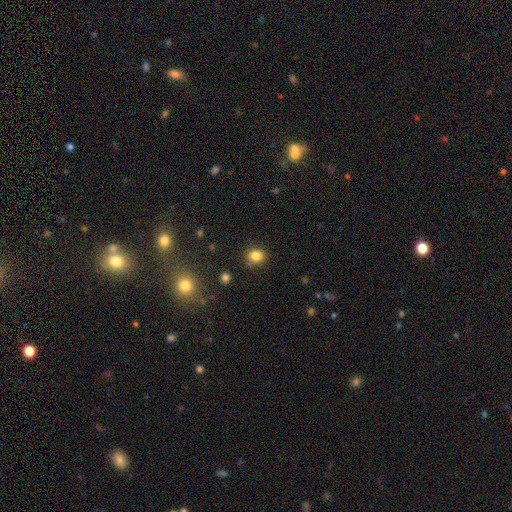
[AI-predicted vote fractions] Smooth or featured? Predicted: smooth (p=0.83). How rounded? Predicted: round (p=0.73). Merging? Predicted: none (p=0.78).